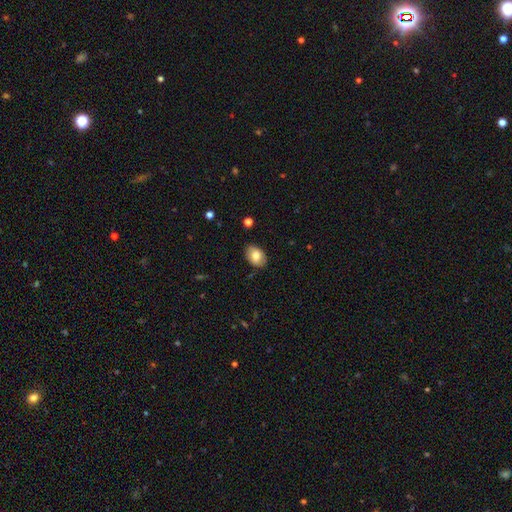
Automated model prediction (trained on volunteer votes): Smooth or featured: smooth — 79% (featured or disk — 13%)
How rounded: in between — 83% (round — 16%)
Merging: none — 83% (minor disturbance — 13%)